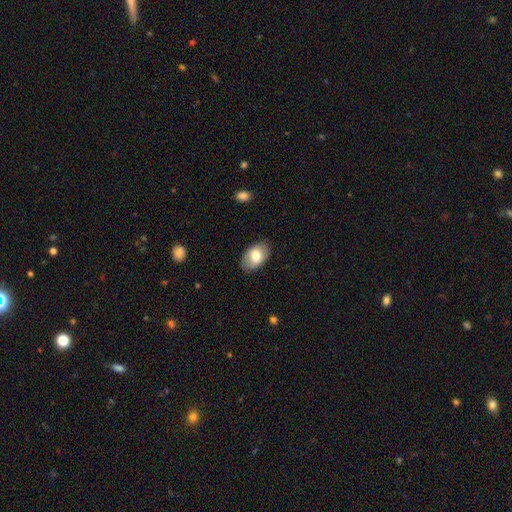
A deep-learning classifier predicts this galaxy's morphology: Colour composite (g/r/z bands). It shows a smooth galaxy with no disk features (74%) that is in between round and cigar-shaped (91%). Merging: none (86%).